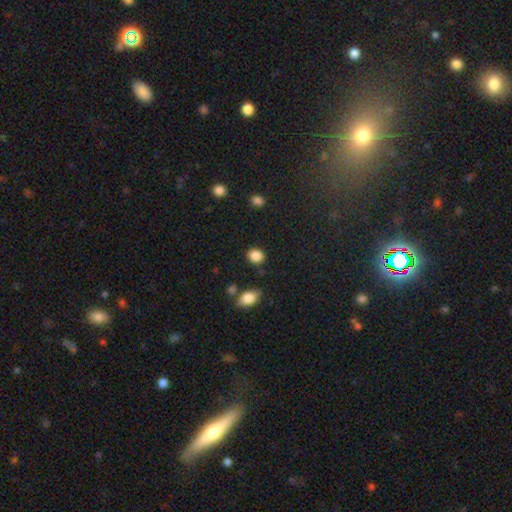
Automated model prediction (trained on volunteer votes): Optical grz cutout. It shows a smooth galaxy with no disk features (87%) that is round (60%). Merging: none (83%).